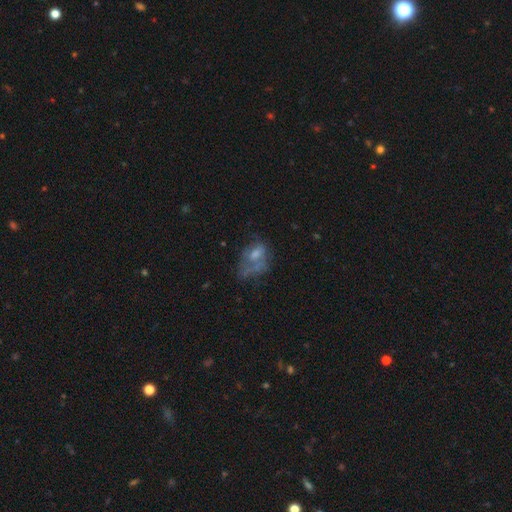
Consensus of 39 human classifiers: Overall: smooth (51%; featured or disk 41%). How rounded: in between (95%). Merging: major disturbance (36%; none 28%).